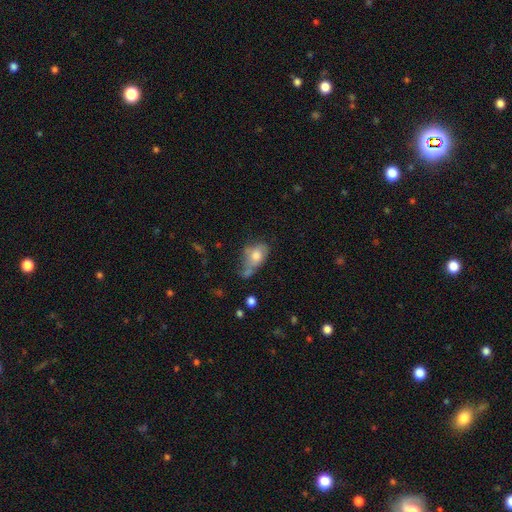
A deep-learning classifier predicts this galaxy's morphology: This is likely a smooth galaxy (67%). How rounded: clearly in between (80%). Merging: marginally minor disturbance (31%, tied with none).